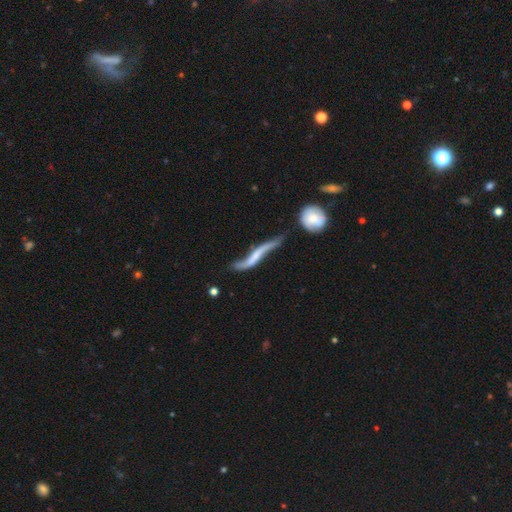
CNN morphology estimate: This is likely a featured or disk galaxy (75%). It is likely not viewed edge-on (67%). Bar: marginally no (40%). Spiral arm pattern: clearly yes (86%). Central bulge: marginally small (40%). Merging: marginally none (41%).